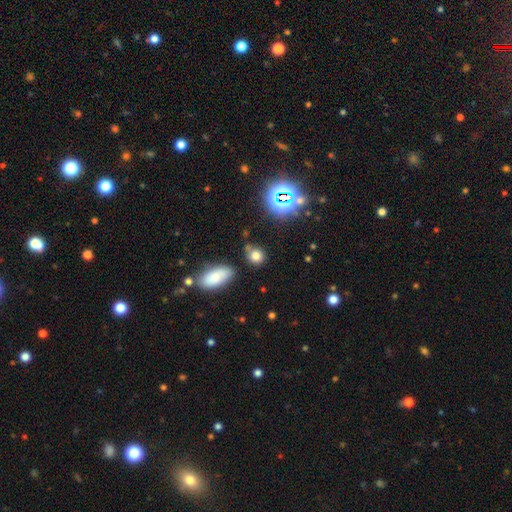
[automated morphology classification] Q: Smooth or featured?
A: smooth (73%); runner-up: star or artifact (19%)
Q: How rounded?
A: round (74%); runner-up: in between (25%)
Q: Merging?
A: none (67%); runner-up: minor disturbance (16%)